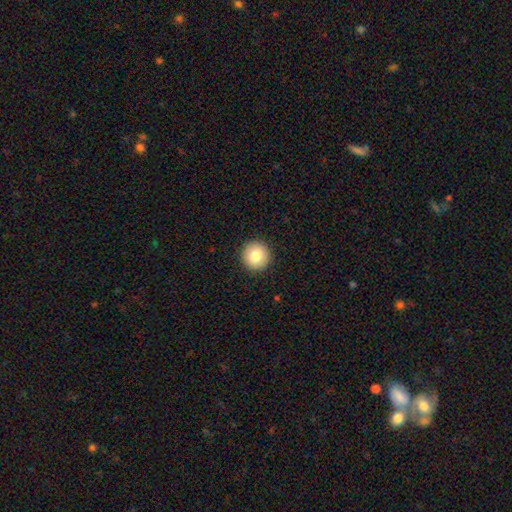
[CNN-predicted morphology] smooth-or-featured: smooth: 83% | star or artifact: 9% | featured or disk: 8%
  how-rounded: round: 95% | in between: 4% | cigar-shaped: 1%
  merging: none: 92% | minor disturbance: 5% | major disturbance: 2% | merger: 1%